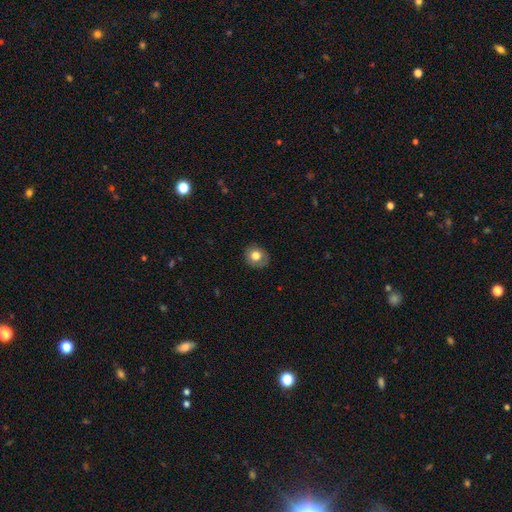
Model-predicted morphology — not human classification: Overall: smooth (74%). How rounded: round (73%). Merging: none (84%).